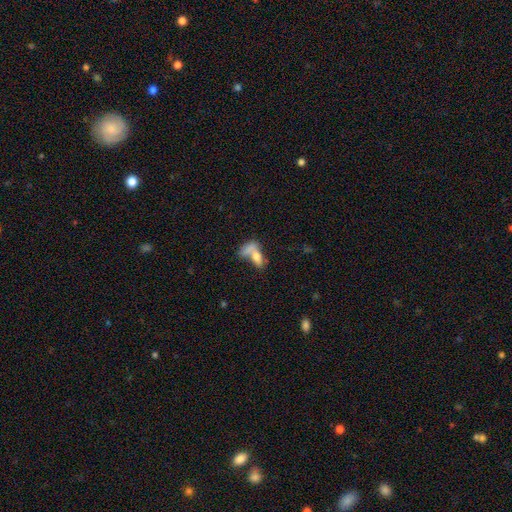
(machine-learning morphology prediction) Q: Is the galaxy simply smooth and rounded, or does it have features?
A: smooth — 70%.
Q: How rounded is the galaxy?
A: in between — 74%.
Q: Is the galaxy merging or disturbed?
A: merger — 53%.